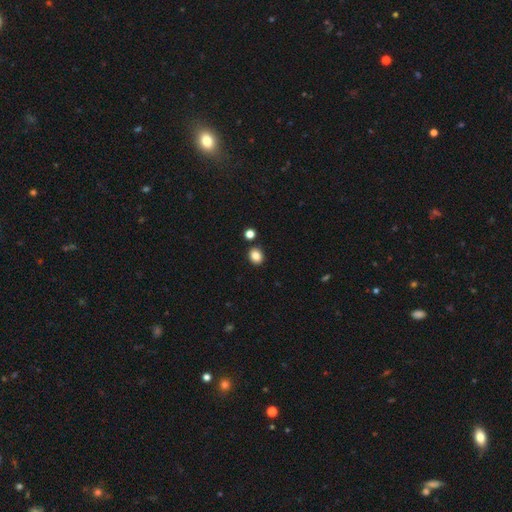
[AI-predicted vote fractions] Smooth or featured: smooth — 85% (star or artifact — 10%)
How rounded: round — 51% (in between — 48%)
Merging: none — 85% (minor disturbance — 8%)